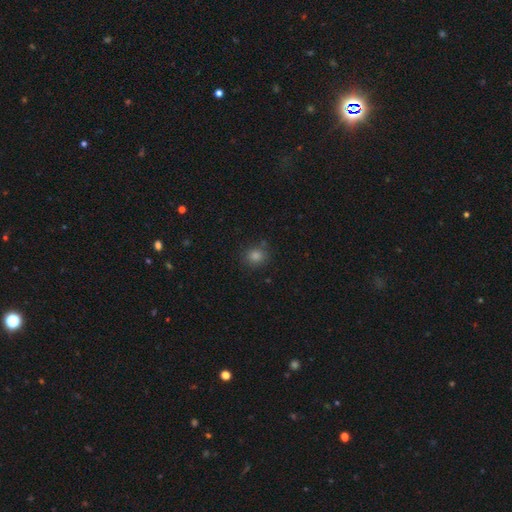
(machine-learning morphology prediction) Overall: smooth (83%). How rounded: round (78%). Merging: none (82%).